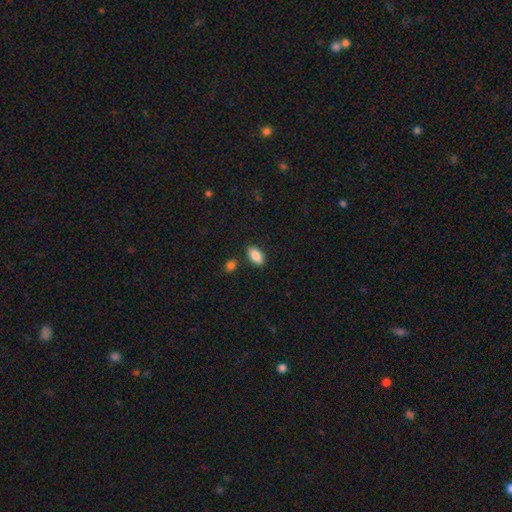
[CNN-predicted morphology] smooth_or_featured: smooth (p=0.88) [alt: star or artifact p=0.07]
how_rounded: in between (p=0.93) [alt: round p=0.04]
merging: none (p=0.85) [alt: minor disturbance p=0.09]